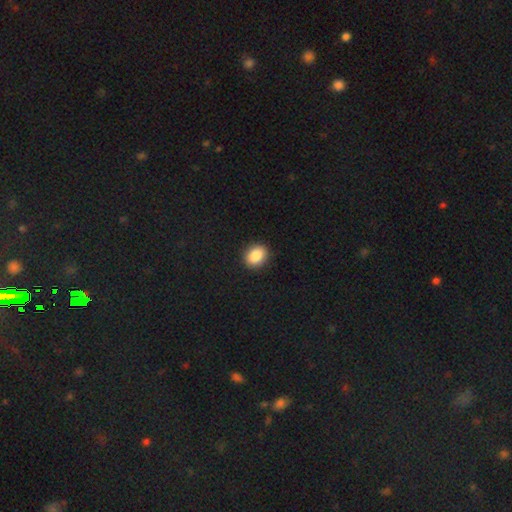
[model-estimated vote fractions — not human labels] smooth 87%, star or artifact 8%, featured or disk 5%. Down the decision tree: how rounded — in between (50%); merging — none (91%).